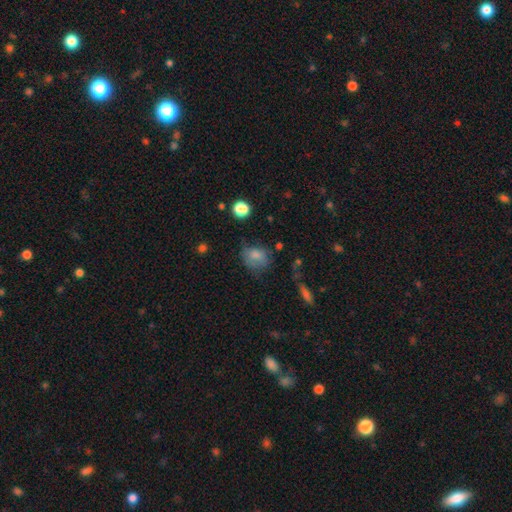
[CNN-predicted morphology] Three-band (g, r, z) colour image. It shows a smooth galaxy with no disk features (73%) that is round (52%). Merging: none (46%).